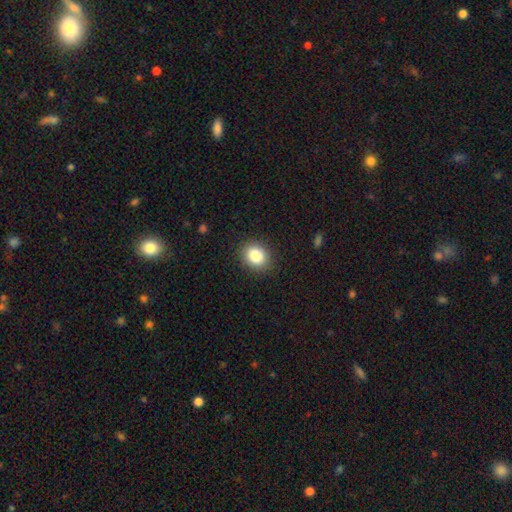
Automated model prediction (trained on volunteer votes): This appears to be a smooth galaxy with no disk features (83%) that is round (61%). Merging: none (89%).